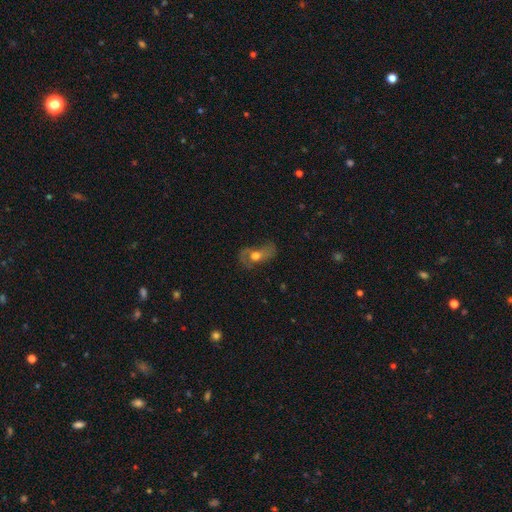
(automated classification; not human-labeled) Overall: featured or disk (55%; smooth 35%). Edge-on disk: no (90%). Merging: none (44%; major disturbance 29%).